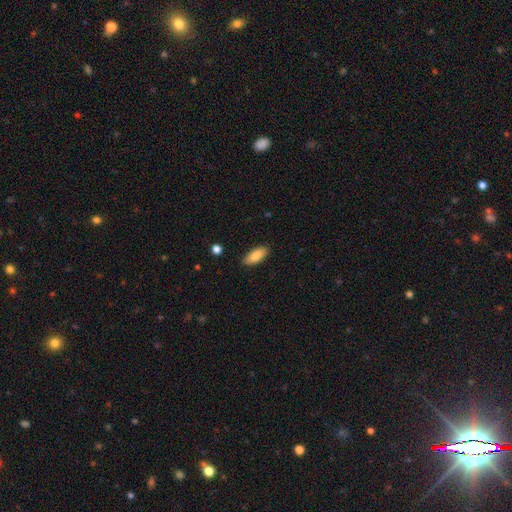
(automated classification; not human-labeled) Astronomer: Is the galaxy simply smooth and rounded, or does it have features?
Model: smooth — 86%.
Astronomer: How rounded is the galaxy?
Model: in between — 83%.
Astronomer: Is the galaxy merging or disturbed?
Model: none — 87%.